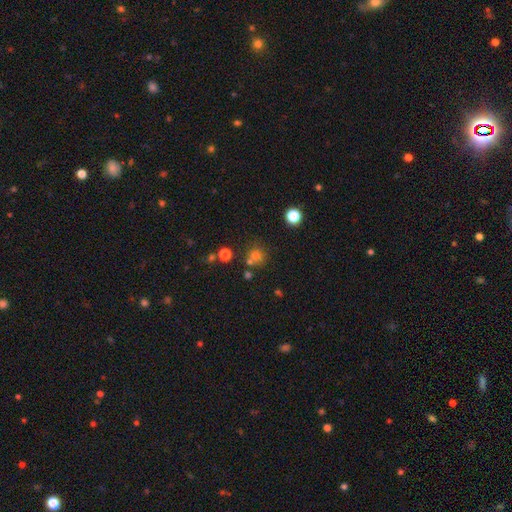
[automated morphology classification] This appears to be a smooth galaxy with no disk features (70%) that is round (87%). Merging: none (64%).